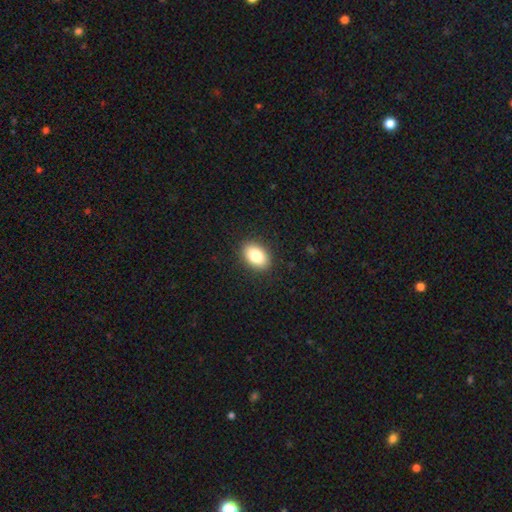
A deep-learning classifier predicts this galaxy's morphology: smooth_or_featured: smooth (p=0.84) [alt: featured or disk p=0.08]
how_rounded: in between (p=0.88) [alt: round p=0.11]
merging: none (p=0.90) [alt: minor disturbance p=0.07]